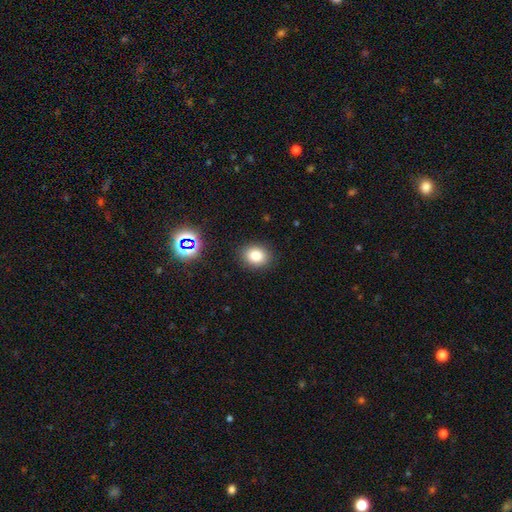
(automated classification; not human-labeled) Smooth or featured? smooth (81%)
How rounded? round (54%)
Merging? none (88%)